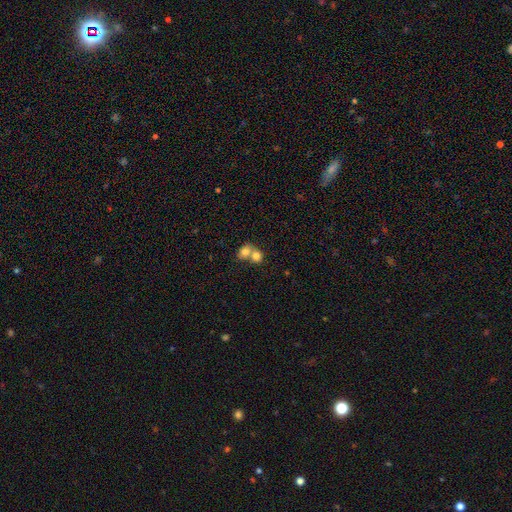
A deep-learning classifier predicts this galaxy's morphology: The model was most divided on "how rounded": round: 61%, in between: 38%, cigar-shaped: 1%. More confident: smooth or featured — smooth (77%); merging — merger (67%).